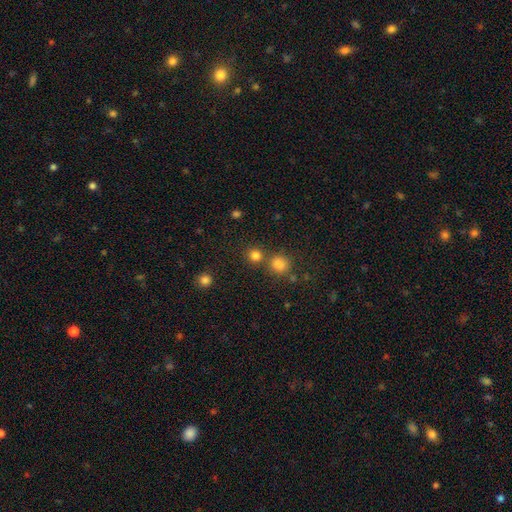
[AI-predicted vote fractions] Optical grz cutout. It shows a smooth galaxy with no disk features (80%) that is round (90%). Merging: none (69%).